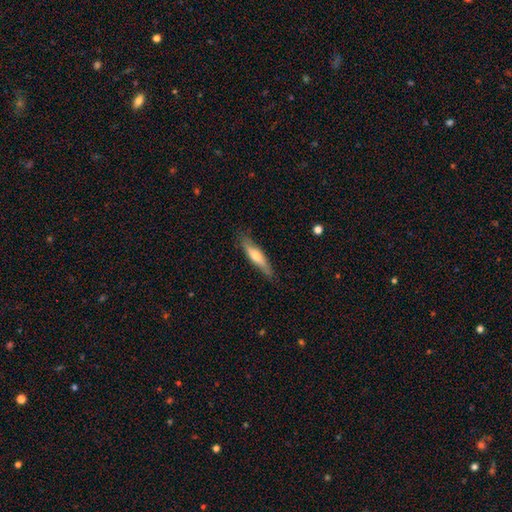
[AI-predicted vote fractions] Smooth or featured? Predicted: smooth (p=0.54). How rounded? Predicted: cigar-shaped (p=0.81). Merging? Predicted: none (p=0.81).